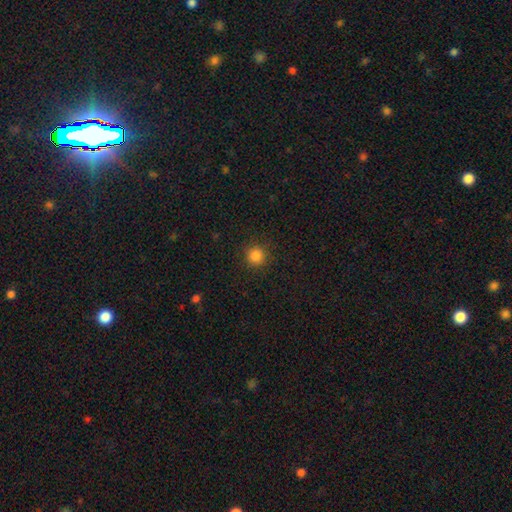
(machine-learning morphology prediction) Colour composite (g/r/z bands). It shows a smooth galaxy with no disk features (84%) that is round (94%). Merging: none (90%).